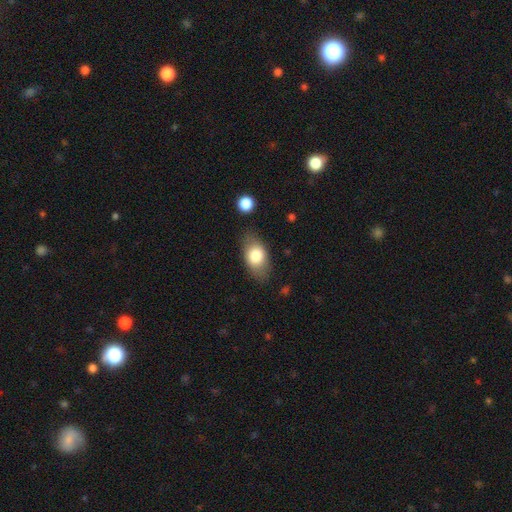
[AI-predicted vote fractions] Q: Smooth or featured?
A: smooth (78%); runner-up: featured or disk (15%)
Q: How rounded?
A: in between (88%); runner-up: round (9%)
Q: Merging?
A: none (75%); runner-up: minor disturbance (17%)